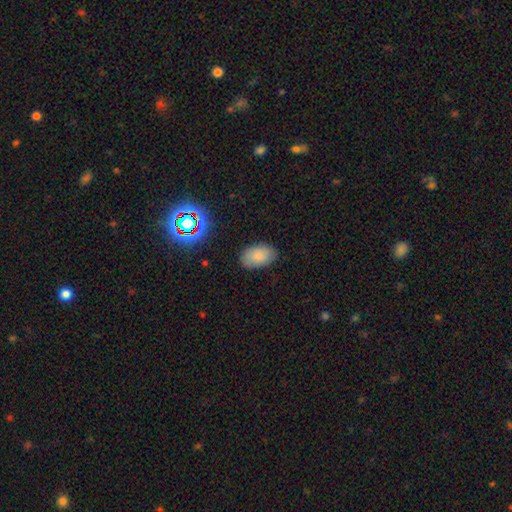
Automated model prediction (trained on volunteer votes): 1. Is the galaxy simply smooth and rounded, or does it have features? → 81% smooth, 10% star or artifact, 10% featured or disk.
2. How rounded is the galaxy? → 92% in between, 7% round, 1% cigar-shaped.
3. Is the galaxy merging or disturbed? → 83% none, 13% minor disturbance, 3% major disturbance, 1% merger.